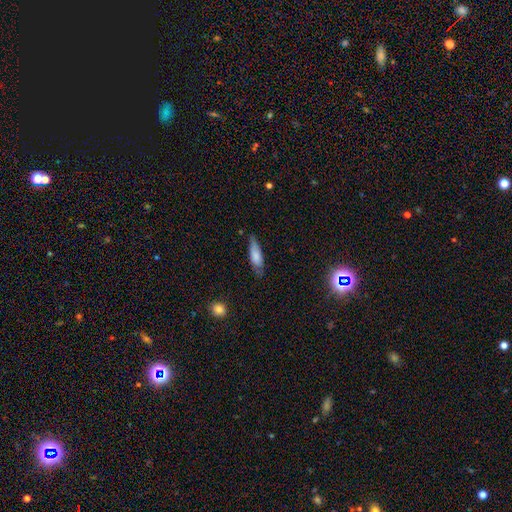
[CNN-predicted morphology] Smooth or featured?
  - smooth: 74% *
  - featured or disk: 19%
  - star or artifact: 7%
How rounded?
  - cigar-shaped: 51% *
  - in between: 47%
  - round: 2%
Merging?
  - none: 66% *
  - minor disturbance: 26%
  - major disturbance: 5%
  - merger: 2%